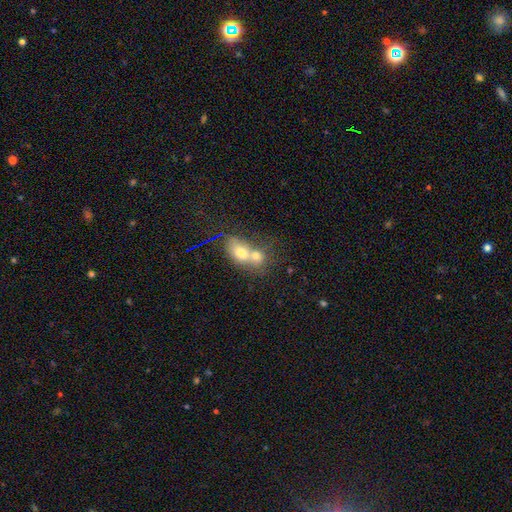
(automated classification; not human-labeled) A smooth galaxy with no disk features (70%) that is in between round and cigar-shaped (60%).

Vote fractions:
- Smooth or featured? smooth: 70% / featured or disk: 20% / star or artifact: 10%
- How rounded? in between: 60% / round: 37% / cigar-shaped: 3%
- Merging? merger: 70% / none: 20% / minor disturbance: 6% / major disturbance: 4%